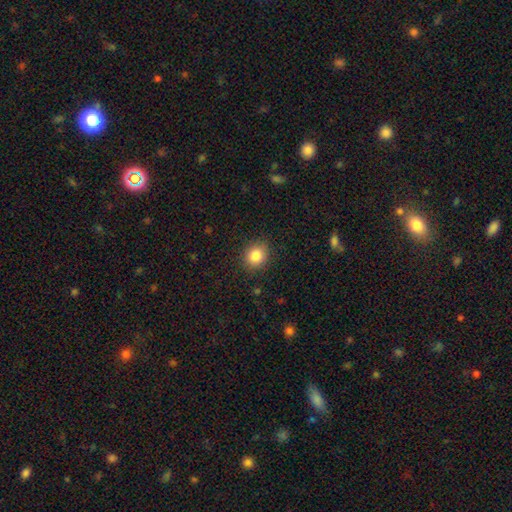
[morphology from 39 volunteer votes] Smooth or featured: smooth — 87% (star or artifact — 10%)
How rounded: round — 76% (in between — 24%)
Merging: none — 86% (minor disturbance — 11%)